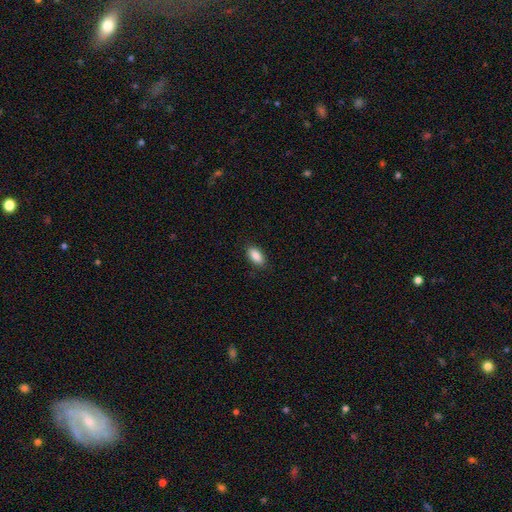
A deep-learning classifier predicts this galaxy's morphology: type=smooth (89%); roundness=in between (91%); merging=none (88%).